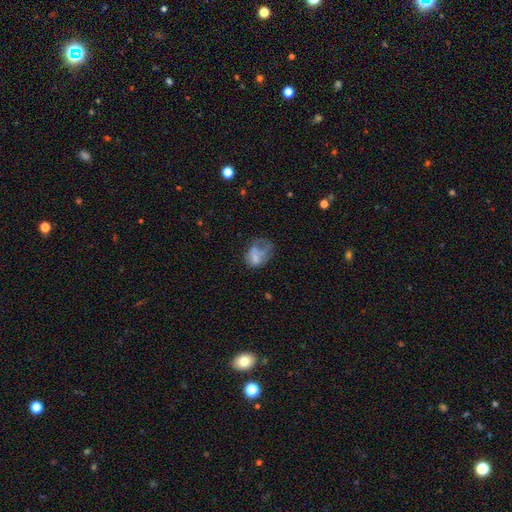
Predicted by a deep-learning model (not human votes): smooth 58%, featured or disk 30%, star or artifact 11%. Down the decision tree: how rounded — in between (69%); merging — major disturbance (44%).